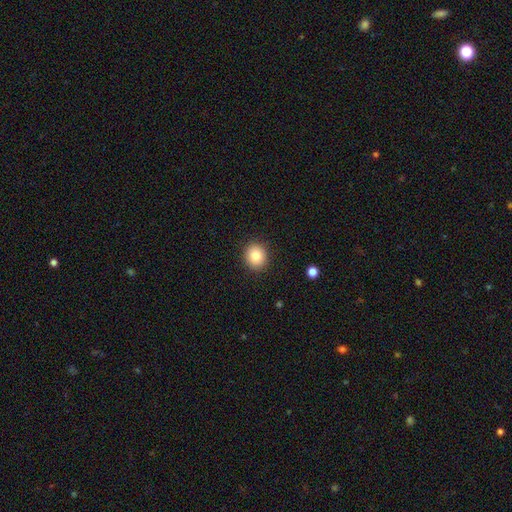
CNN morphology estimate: The model was most divided on "how rounded": round: 85%, in between: 15%, cigar-shaped: 1%. More confident: merging — none (90%); smooth or featured — smooth (84%).